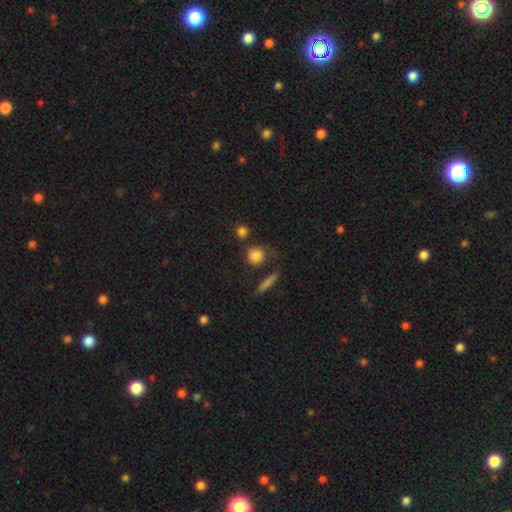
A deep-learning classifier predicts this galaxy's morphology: type=smooth (82%); roundness=round (85%); merging=none (70%).